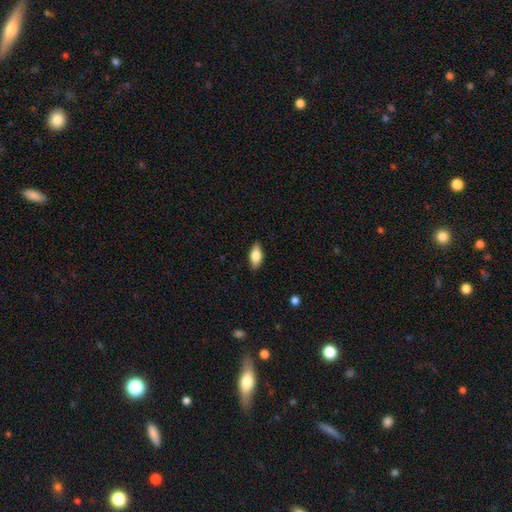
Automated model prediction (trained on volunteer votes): Smooth or featured: smooth — 71% (featured or disk — 22%)
How rounded: in between — 83% (cigar-shaped — 13%)
Merging: none — 87% (minor disturbance — 10%)